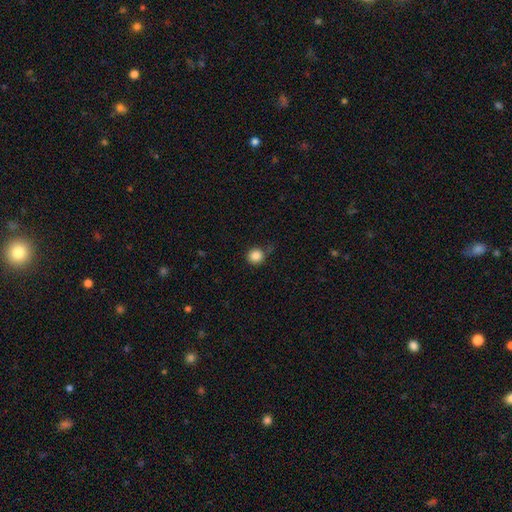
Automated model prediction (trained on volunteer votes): Smooth or featured? smooth (87%)
How rounded? round (93%)
Merging? none (78%)